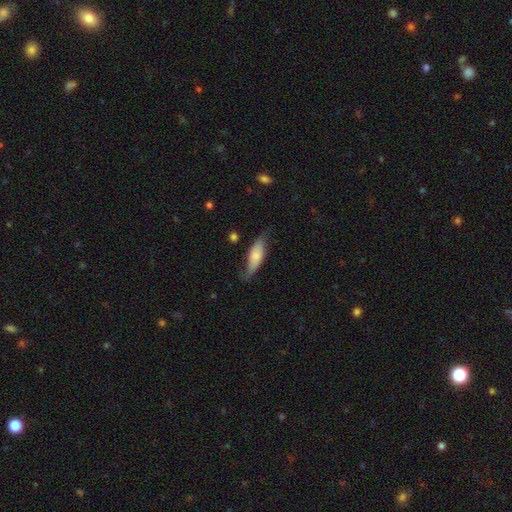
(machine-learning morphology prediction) smooth-or-featured: smooth: 63% | featured or disk: 31% | star or artifact: 6%
  how-rounded: in between: 61% | cigar-shaped: 36% | round: 3%
  merging: none: 59% | minor disturbance: 30% | major disturbance: 9% | merger: 2%